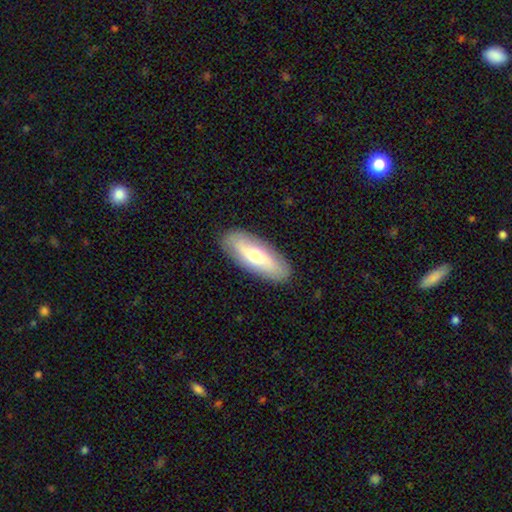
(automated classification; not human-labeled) Q: Smooth or featured?
A: smooth (53%); runner-up: featured or disk (41%)
Q: How rounded?
A: in between (67%); runner-up: cigar-shaped (30%)
Q: Merging?
A: none (88%); runner-up: minor disturbance (9%)